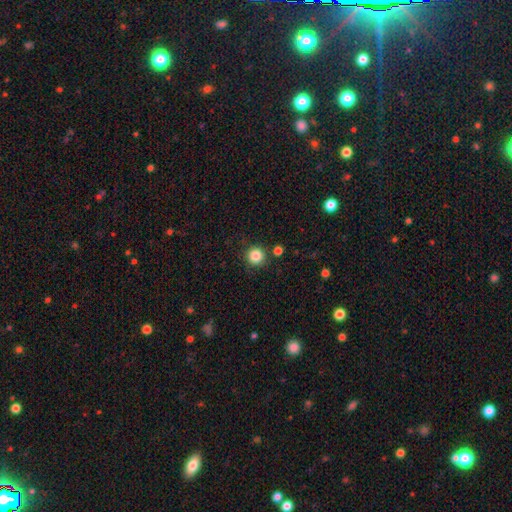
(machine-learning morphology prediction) smooth-or-featured: smooth: 85% | star or artifact: 11% | featured or disk: 4%
  how-rounded: round: 95% | in between: 4% | cigar-shaped: 1%
  merging: none: 86% | minor disturbance: 7% | merger: 4% | major disturbance: 3%